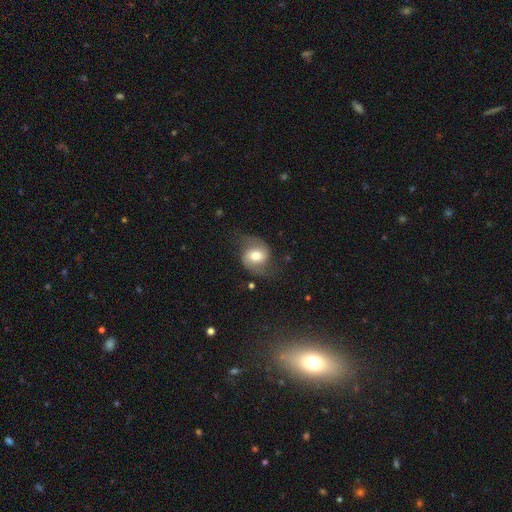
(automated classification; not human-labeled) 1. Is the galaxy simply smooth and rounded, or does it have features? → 63% featured or disk, 29% smooth, 7% star or artifact.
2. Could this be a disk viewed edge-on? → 97% no, 3% yes.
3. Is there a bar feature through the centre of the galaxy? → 45% no, 39% weak, 16% strong.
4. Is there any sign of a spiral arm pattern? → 90% yes, 10% no.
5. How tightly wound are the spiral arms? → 50% loose, 39% medium, 11% tight.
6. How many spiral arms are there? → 91% 2, 4% can't tell, 3% 1, 1% 3, 1% 4, 1% more than 4.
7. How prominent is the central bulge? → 65% moderate, 19% large, 13% small, 3% dominant, 1% none.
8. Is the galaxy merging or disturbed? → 67% none, 20% minor disturbance, 11% major disturbance, 2% merger.